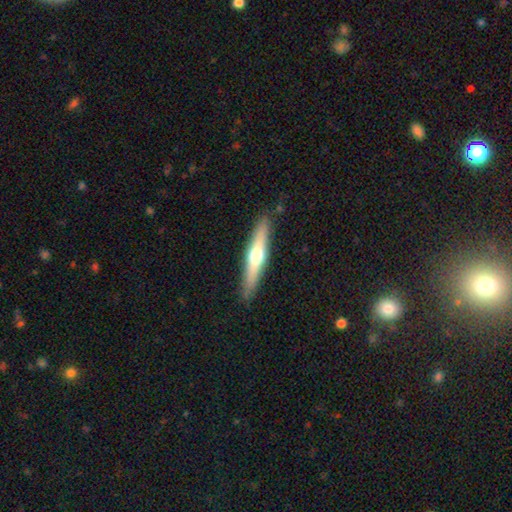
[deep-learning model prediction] Smooth or featured?
  - featured or disk: 53% *
  - smooth: 41%
  - star or artifact: 5%
Edge-on disk?
  - yes: 93% *
  - no: 7%
Merging?
  - none: 89% *
  - minor disturbance: 8%
  - major disturbance: 2%
  - merger: 1%